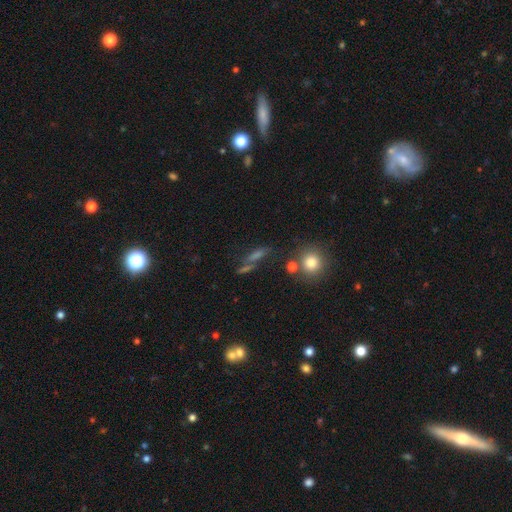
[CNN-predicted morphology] smooth_or_featured: smooth (p=0.41) [alt: star or artifact p=0.30]
merging: none (p=0.57) [alt: merger p=0.18]